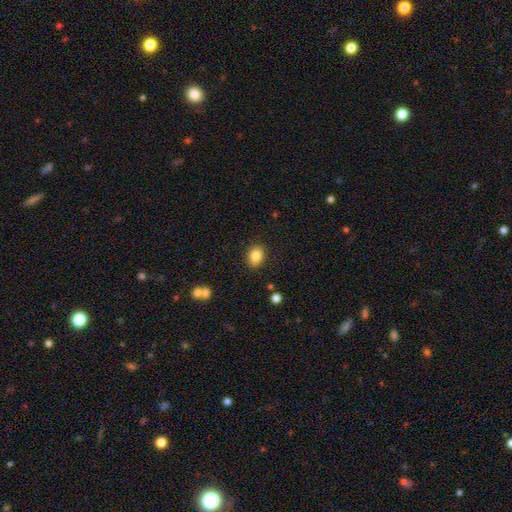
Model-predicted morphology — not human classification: A smooth galaxy with no disk features (84%) that is in between round and cigar-shaped (54%). Merging: none (85%).